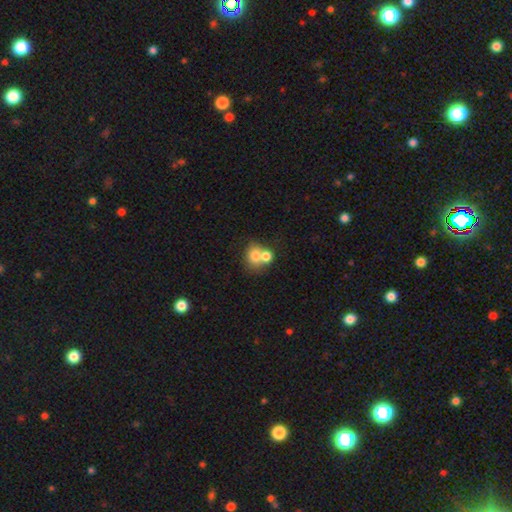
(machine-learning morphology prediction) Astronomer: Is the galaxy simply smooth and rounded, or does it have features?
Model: smooth — 73%.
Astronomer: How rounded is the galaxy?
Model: round — 68%.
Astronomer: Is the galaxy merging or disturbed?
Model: merger — 56% (runner-up: none, 33%).